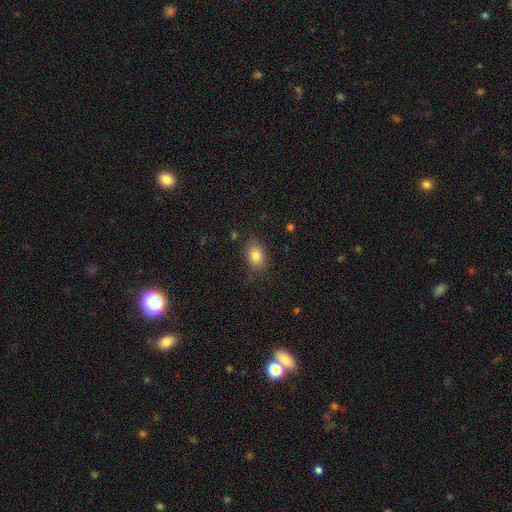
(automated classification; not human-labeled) This appears to be a smooth galaxy with no disk features (83%) that is in between round and cigar-shaped (71%). Merging: none (81%).